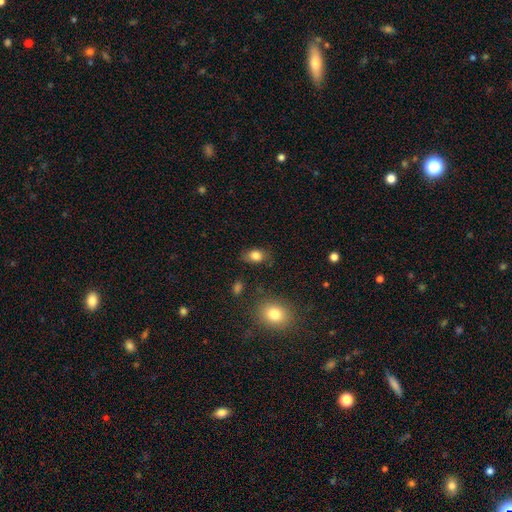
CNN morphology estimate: Overall: smooth (83%). How rounded: in between (72%). Merging: none (76%).